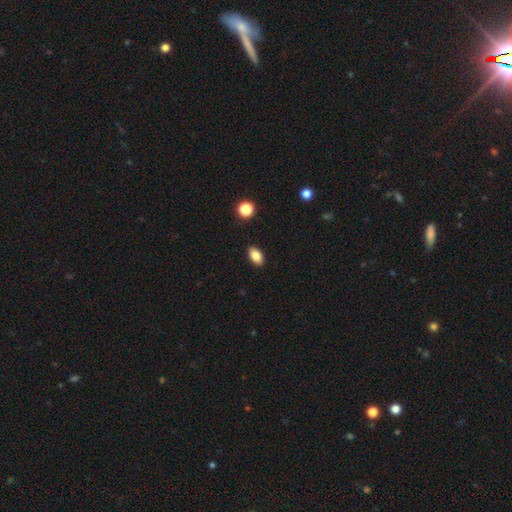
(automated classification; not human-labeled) This appears to be a smooth galaxy with no disk features (84%) that is in between round and cigar-shaped (91%). Merging: none (89%).